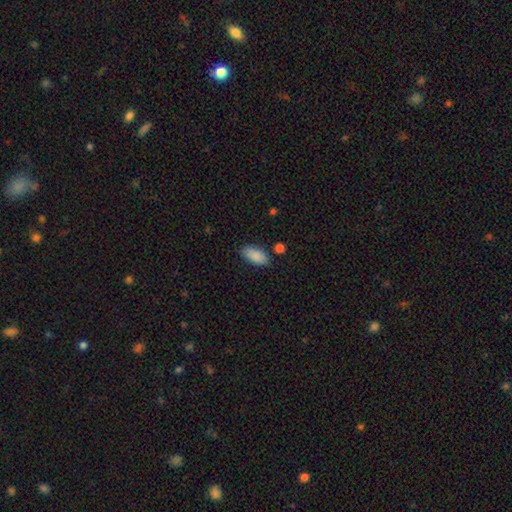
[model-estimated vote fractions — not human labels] Overall: smooth (88%). How rounded: in between (90%). Merging: none (80%).